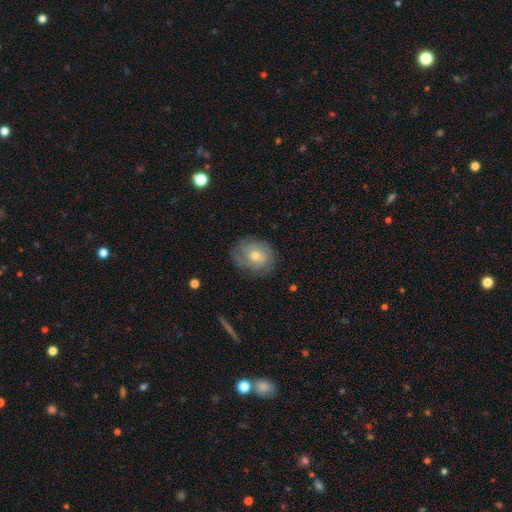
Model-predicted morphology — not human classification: Overall: featured or disk (62%; smooth 30%). Edge-on disk: no (96%). Bar: no (75%). Spiral arms: yes (84%). Bulge size: moderate (63%; small 32%). Merging: none (77%).